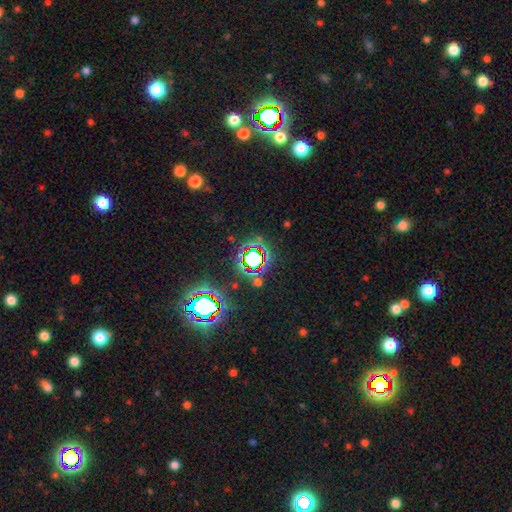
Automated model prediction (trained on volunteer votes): A star or artifact, not a galaxy (79%).